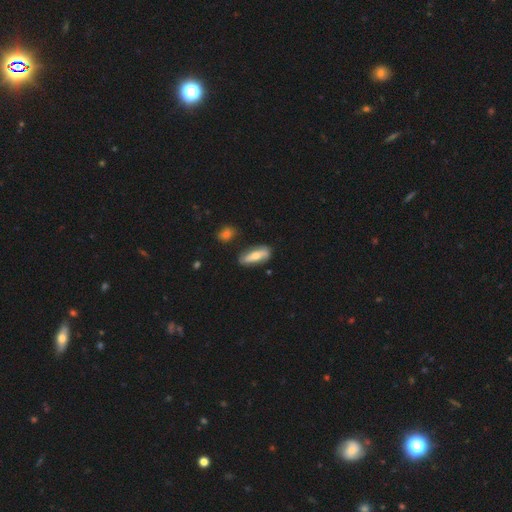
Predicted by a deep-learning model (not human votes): smooth 58%, featured or disk 36%, star or artifact 6%. Down the decision tree: how rounded — in between (64%); merging — none (75%).